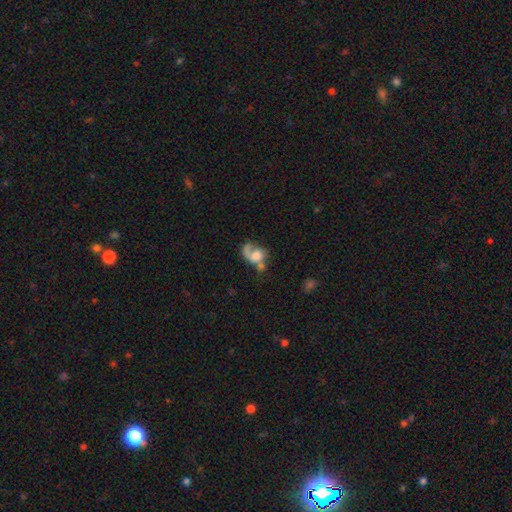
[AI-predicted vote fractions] Smooth or featured?
  - featured or disk: 47% *
  - smooth: 43%
  - star or artifact: 10%
Merging?
  - major disturbance: 33% *
  - merger: 30%
  - none: 23%
  - minor disturbance: 13%